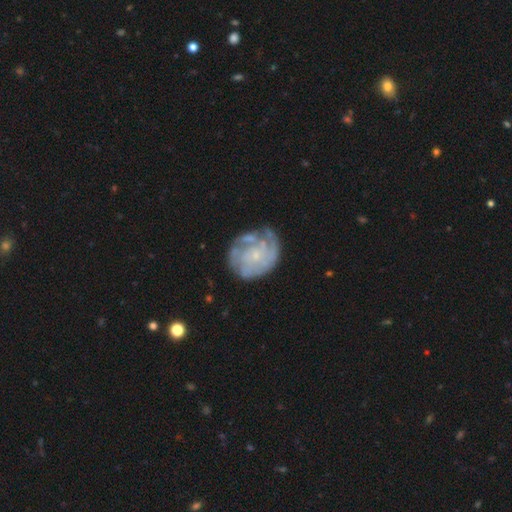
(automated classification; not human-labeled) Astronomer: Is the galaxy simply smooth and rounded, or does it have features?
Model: featured or disk — 76%.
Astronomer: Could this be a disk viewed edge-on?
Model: no — 98%.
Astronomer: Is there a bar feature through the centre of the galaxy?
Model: no — 78%.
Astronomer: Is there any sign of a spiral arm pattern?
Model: yes — 84%.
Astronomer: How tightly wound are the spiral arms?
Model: tight — 63%.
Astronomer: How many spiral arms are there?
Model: can't tell — 45%.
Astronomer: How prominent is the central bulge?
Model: small — 74%.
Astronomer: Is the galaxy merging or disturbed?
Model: none — 58%.